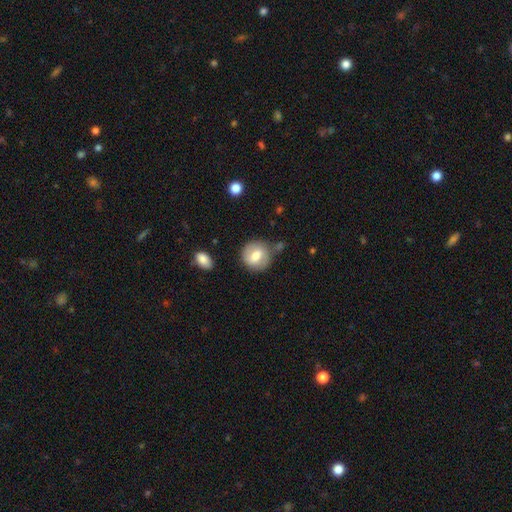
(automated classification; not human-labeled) A smooth galaxy with no disk features (61%) that is round (82%).

Vote fractions:
- Smooth or featured? smooth: 61% / featured or disk: 32% / star or artifact: 7%
- How rounded? round: 82% / in between: 17% / cigar-shaped: 1%
- Merging? none: 72% / minor disturbance: 17% / merger: 6% / major disturbance: 5%